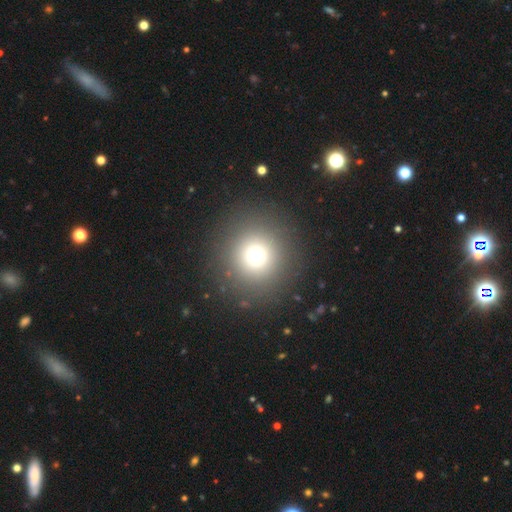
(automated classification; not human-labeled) Smooth or featured?
  - smooth: 72% *
  - star or artifact: 18%
  - featured or disk: 10%
How rounded?
  - round: 94% *
  - in between: 5%
  - cigar-shaped: 1%
Merging?
  - none: 90% *
  - minor disturbance: 5%
  - major disturbance: 3%
  - merger: 1%